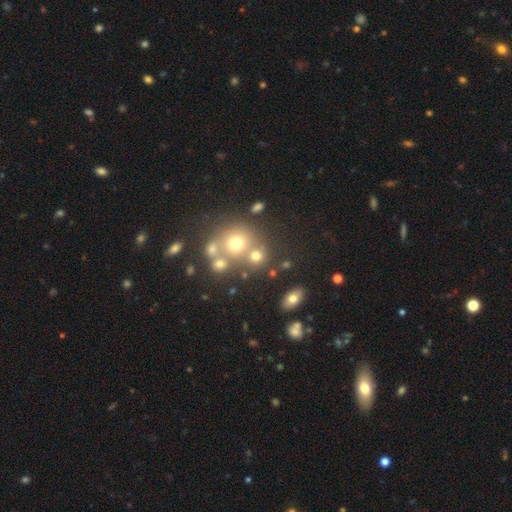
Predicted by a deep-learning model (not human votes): A smooth galaxy with no disk features (69%) that is round (80%).

Vote fractions:
- Smooth or featured? smooth: 69% / star or artifact: 17% / featured or disk: 14%
- How rounded? round: 80% / in between: 19% / cigar-shaped: 1%
- Merging? none: 56% / merger: 29% / minor disturbance: 10% / major disturbance: 5%